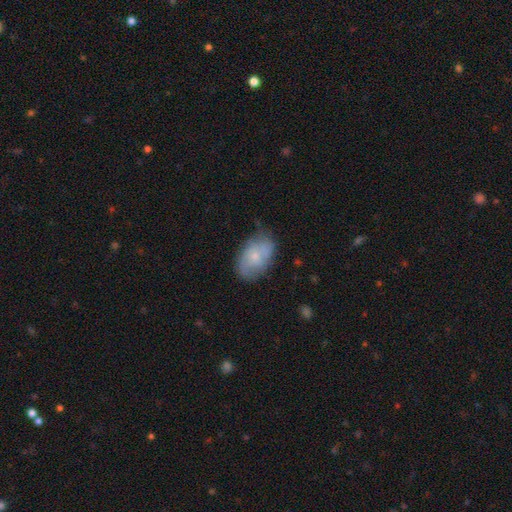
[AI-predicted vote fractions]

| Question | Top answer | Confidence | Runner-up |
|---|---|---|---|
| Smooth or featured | smooth | 52% | featured or disk (41%) |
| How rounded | in between | 87% | round (11%) |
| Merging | none | 67% | minor disturbance (25%) |